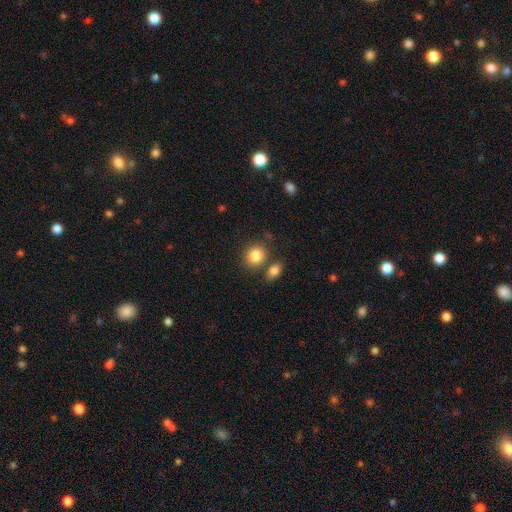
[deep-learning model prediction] A smooth galaxy with no disk features (85%) that is round (69%). Merging: none (67%).